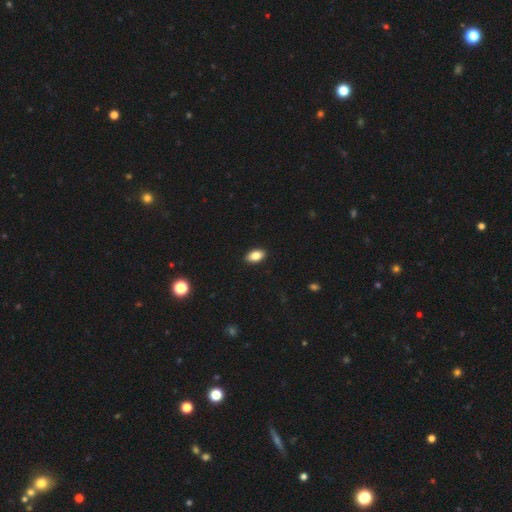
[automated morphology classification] This is clearly a smooth galaxy (85%). How rounded: clearly in between (91%). Merging: clearly none (90%).